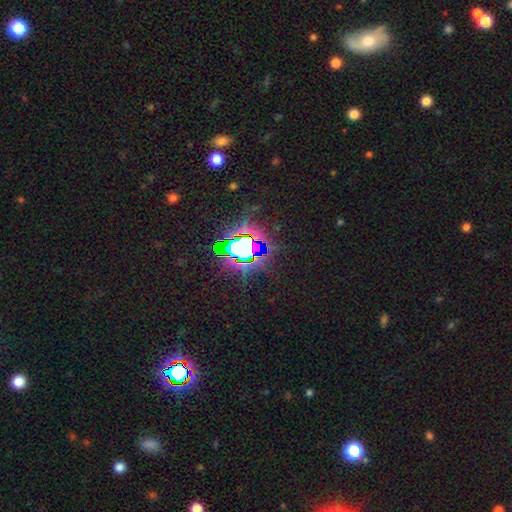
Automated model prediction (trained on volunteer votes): The model was most divided on "smooth or featured": star or artifact: 83%, smooth: 10%, featured or disk: 8%.